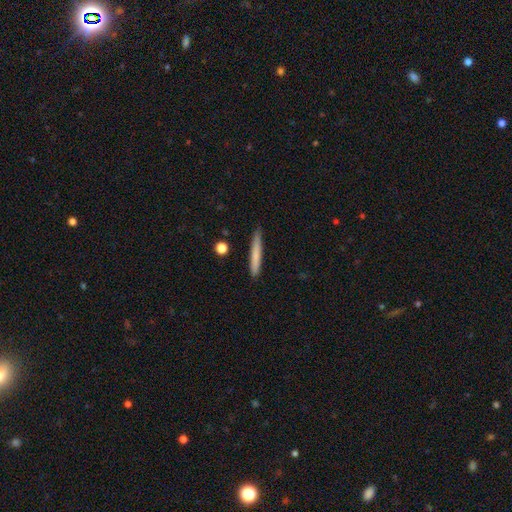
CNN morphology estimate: Overall: smooth (72%). How rounded: cigar-shaped (95%). Merging: none (87%).